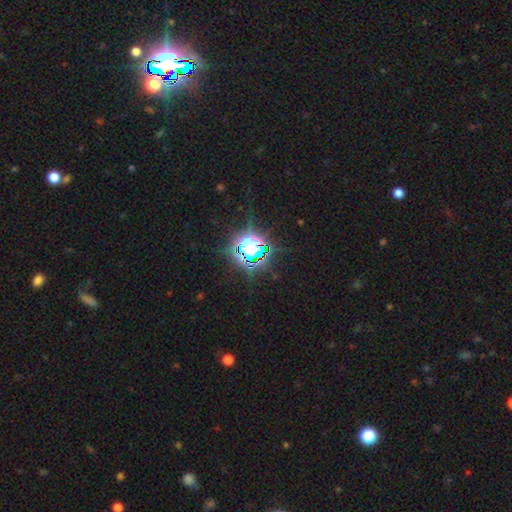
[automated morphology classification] A star or artifact, not a galaxy (76%).